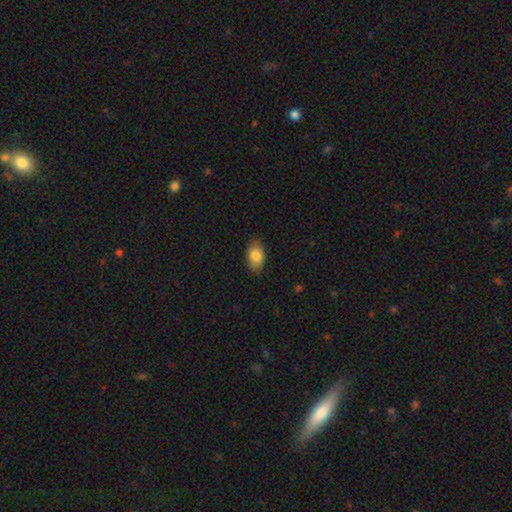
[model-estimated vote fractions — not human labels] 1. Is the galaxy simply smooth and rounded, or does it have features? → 83% smooth, 9% featured or disk, 7% star or artifact.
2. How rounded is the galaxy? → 91% in between, 7% round, 2% cigar-shaped.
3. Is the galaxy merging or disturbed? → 86% none, 11% minor disturbance, 2% major disturbance, 1% merger.